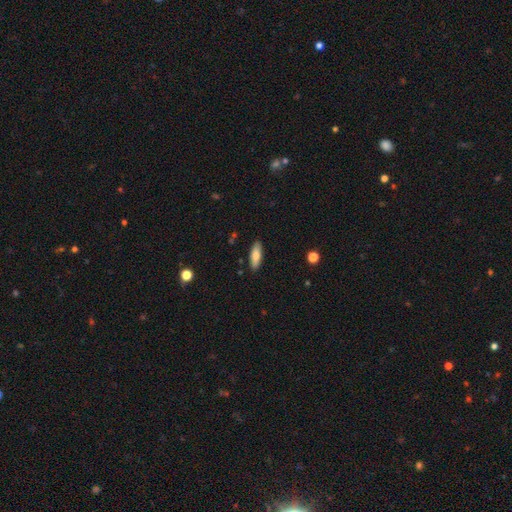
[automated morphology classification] The model was most divided on "how rounded": in between: 60%, cigar-shaped: 38%, round: 2%. More confident: merging — none (88%); smooth or featured — smooth (77%).